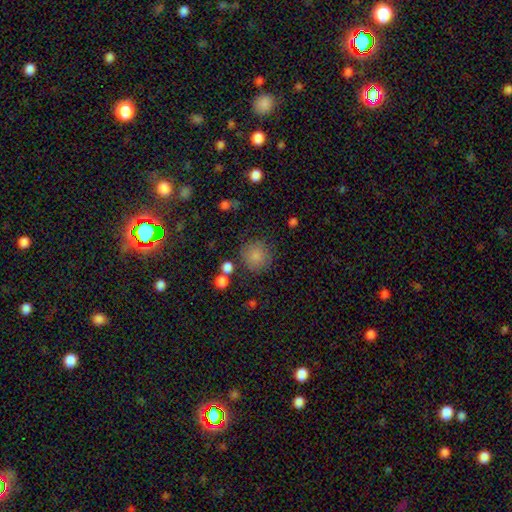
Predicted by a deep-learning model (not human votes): smooth-or-featured: smooth: 82% | star or artifact: 10% | featured or disk: 8%
  how-rounded: round: 91% | in between: 8% | cigar-shaped: 1%
  merging: none: 78% | minor disturbance: 12% | merger: 5% | major disturbance: 5%